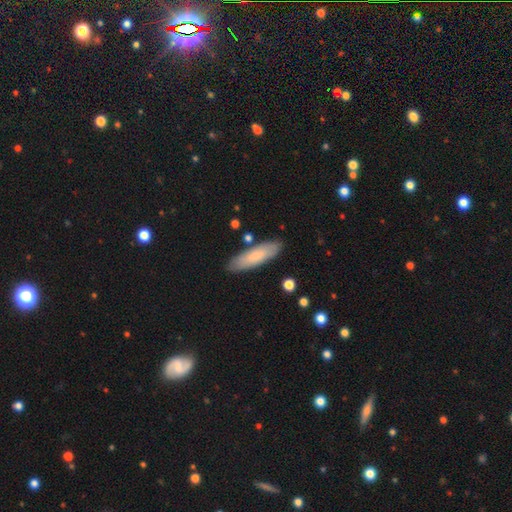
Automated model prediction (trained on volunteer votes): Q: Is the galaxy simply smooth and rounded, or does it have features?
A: smooth — 77%.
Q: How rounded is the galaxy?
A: cigar-shaped — 59%.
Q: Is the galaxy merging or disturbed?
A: none — 85%.